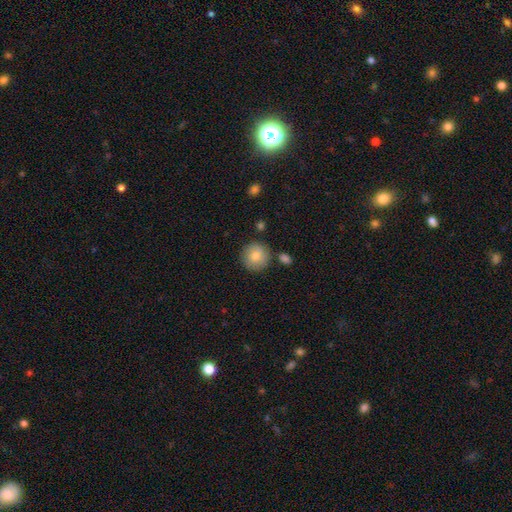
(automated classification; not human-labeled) The model was most divided on "smooth or featured": smooth: 81%, featured or disk: 11%, star or artifact: 8%. More confident: how rounded — round (94%); merging — none (83%).